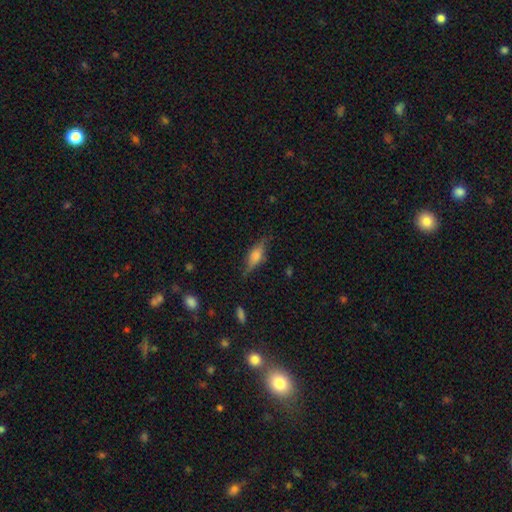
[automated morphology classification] A featured or disk galaxy (58%) viewed edge-on (94%) with a rounded central bulge (78%). Merging: none (79%).